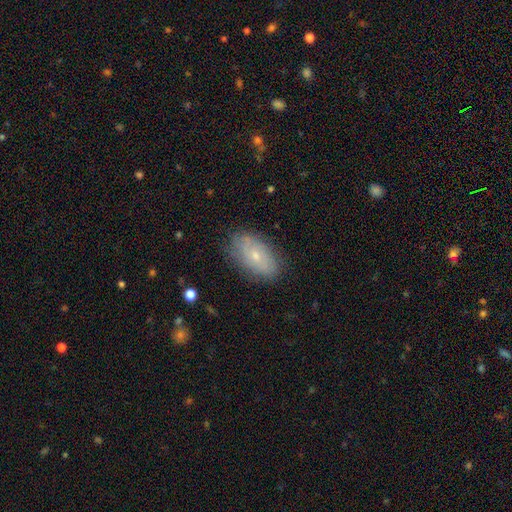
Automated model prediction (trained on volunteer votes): This is possibly a smooth galaxy (51%). How rounded: clearly in between (91%). Merging: likely none (78%).